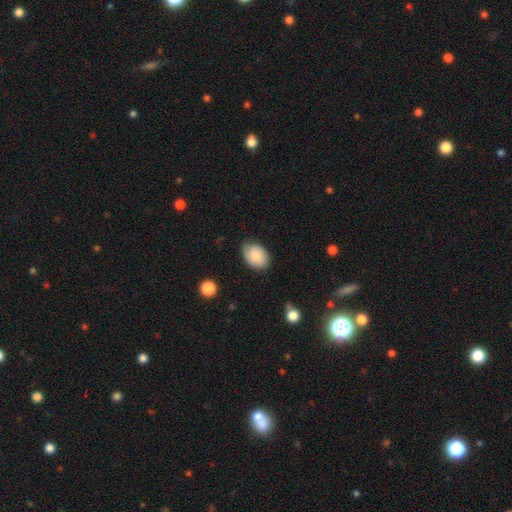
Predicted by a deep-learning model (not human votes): Smooth or featured? smooth (77%)
How rounded? in between (78%)
Merging? none (71%)